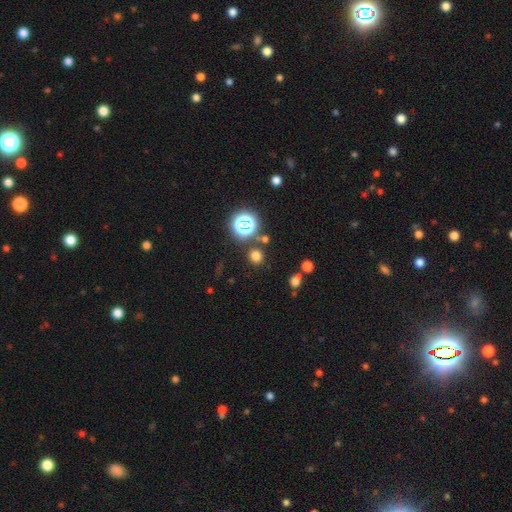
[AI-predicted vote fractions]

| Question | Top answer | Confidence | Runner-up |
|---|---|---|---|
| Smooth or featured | smooth | 69% | star or artifact (25%) |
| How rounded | round | 90% | in between (9%) |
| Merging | none | 83% | minor disturbance (7%) |